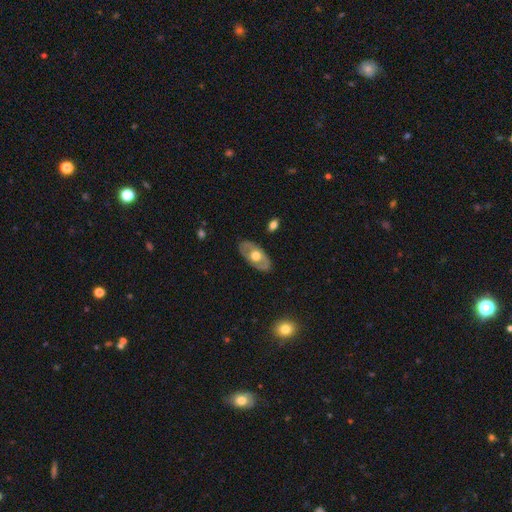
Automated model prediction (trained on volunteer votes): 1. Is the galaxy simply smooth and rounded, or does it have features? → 54% featured or disk, 41% smooth, 5% star or artifact.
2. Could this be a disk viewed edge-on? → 84% no, 16% yes.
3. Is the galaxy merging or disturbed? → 83% none, 13% minor disturbance, 3% major disturbance, 1% merger.